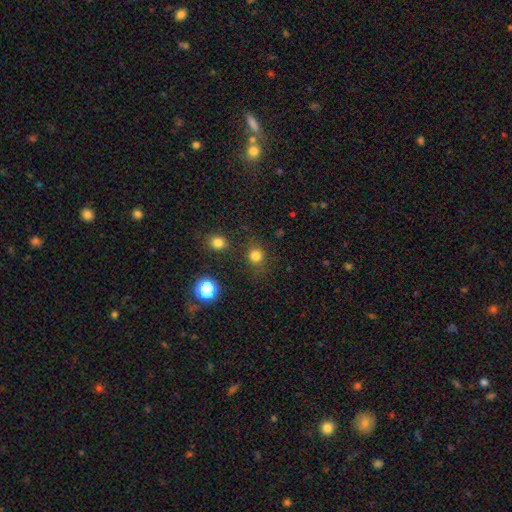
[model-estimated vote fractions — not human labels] Smooth or featured?
  - smooth: 79% *
  - star or artifact: 16%
  - featured or disk: 5%
How rounded?
  - round: 88% *
  - in between: 11%
  - cigar-shaped: 1%
Merging?
  - none: 82% *
  - minor disturbance: 10%
  - major disturbance: 4%
  - merger: 4%